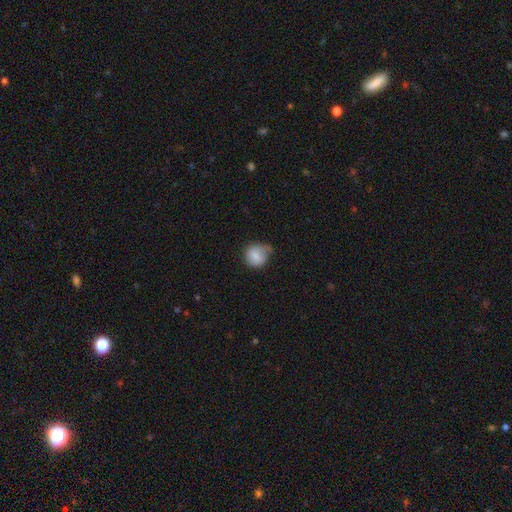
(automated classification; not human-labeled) This is likely a smooth galaxy (77%). How rounded: likely round (78%). Merging: possibly none (48%).